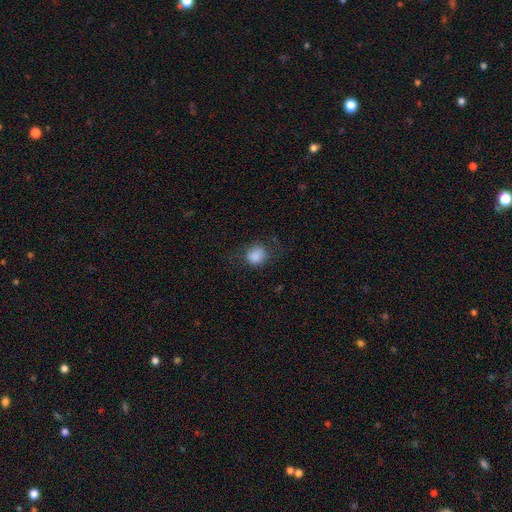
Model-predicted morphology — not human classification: A smooth galaxy with no disk features (85%) that is round (71%). Merging: none (69%).